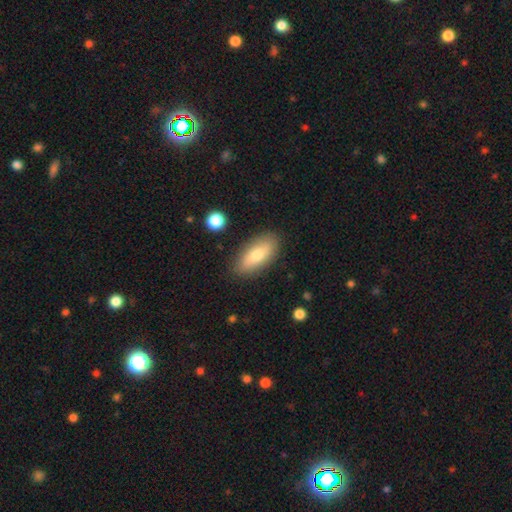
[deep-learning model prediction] This is likely a smooth galaxy (72%). How rounded: clearly in between (85%). Merging: clearly none (85%).